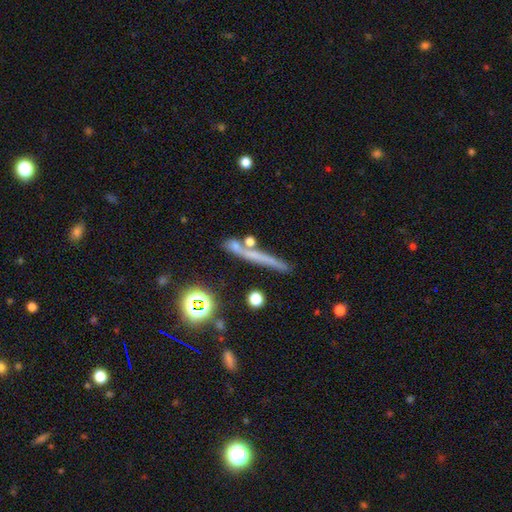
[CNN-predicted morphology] type=smooth (44%); merging=none (71%).